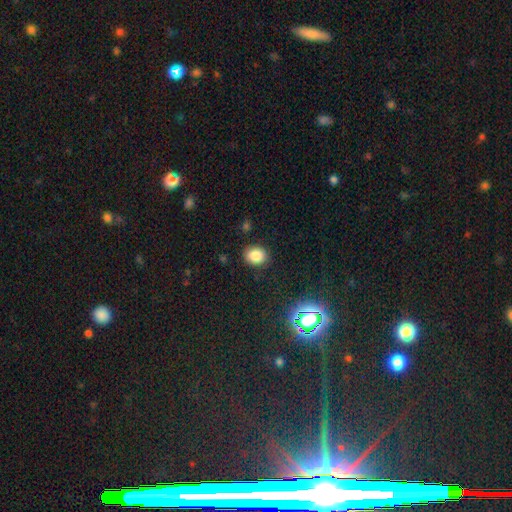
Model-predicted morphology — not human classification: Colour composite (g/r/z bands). It shows a smooth galaxy with no disk features (85%) that is round (52%). Merging: none (86%).